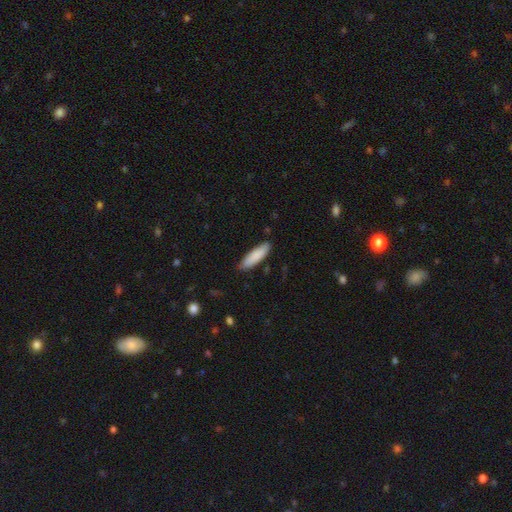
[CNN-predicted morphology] A smooth galaxy with no disk features (87%) that is cigar-shaped (59%). Merging: none (85%).